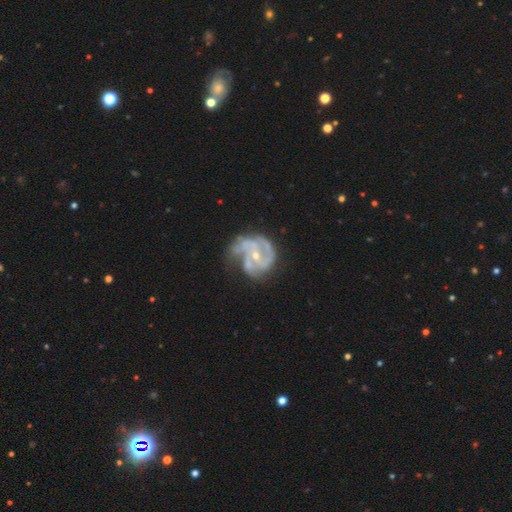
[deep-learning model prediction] Morphology: type=featured or disk (87%); edge-on=no (98%); bar=no (53%); spiral arms=yes (93%); winding=medium (47%); arm count=3 (44%); bulge=small (62%); merging=none (42%).